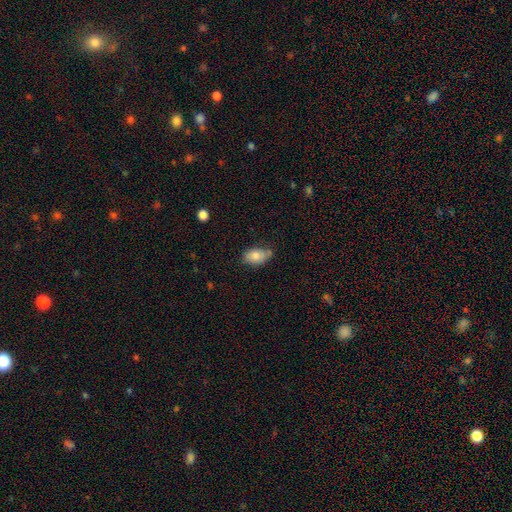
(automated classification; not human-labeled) A smooth galaxy with no disk features (78%) that is in between round and cigar-shaped (89%).

Vote fractions:
- Smooth or featured? smooth: 78% / featured or disk: 14% / star or artifact: 8%
- How rounded? in between: 89% / round: 9% / cigar-shaped: 2%
- Merging? none: 62% / minor disturbance: 28% / merger: 6% / major disturbance: 5%